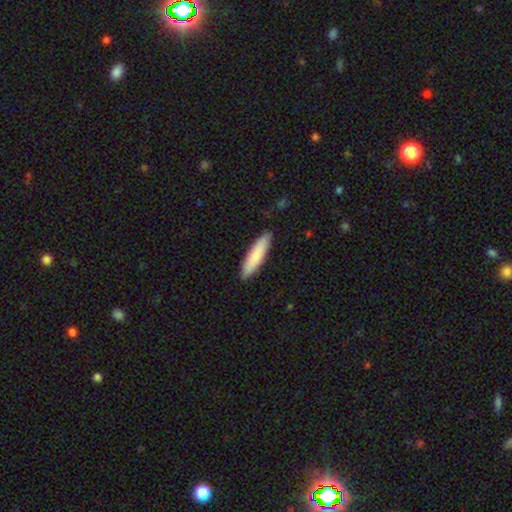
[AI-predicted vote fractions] The model was most divided on "how rounded": cigar-shaped: 77%, in between: 22%, round: 1%. More confident: merging — none (90%); smooth or featured — smooth (82%).